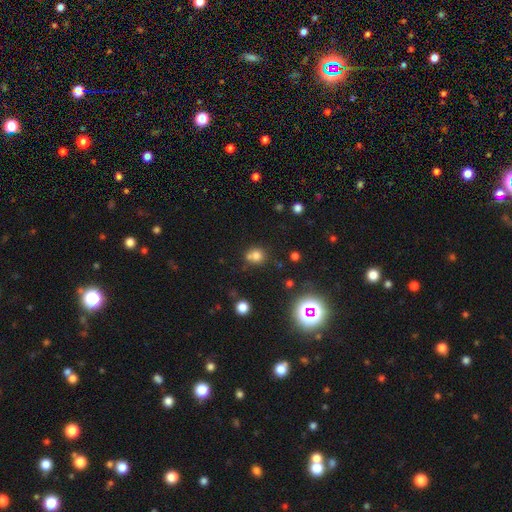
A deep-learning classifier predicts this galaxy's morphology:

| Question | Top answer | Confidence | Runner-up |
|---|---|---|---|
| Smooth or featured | smooth | 72% | star or artifact (18%) |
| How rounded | round | 81% | in between (18%) |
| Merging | none | 51% | merger (33%) |